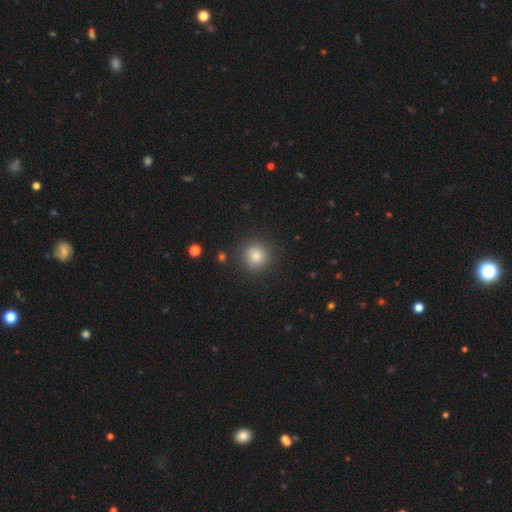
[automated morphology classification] A smooth galaxy with no disk features (82%) that is round (93%).

Vote fractions:
- Smooth or featured? smooth: 82% / star or artifact: 12% / featured or disk: 6%
- How rounded? round: 93% / in between: 6% / cigar-shaped: 1%
- Merging? none: 89% / minor disturbance: 7% / major disturbance: 2% / merger: 1%